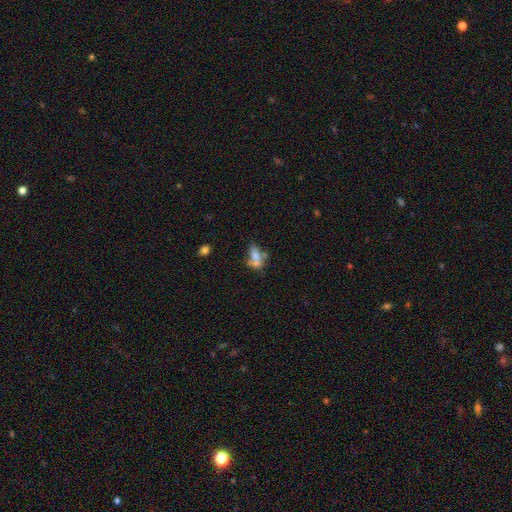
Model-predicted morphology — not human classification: This appears to be a smooth galaxy with no disk features (61%) that is in between round and cigar-shaped (76%). Merging: merger (42%).